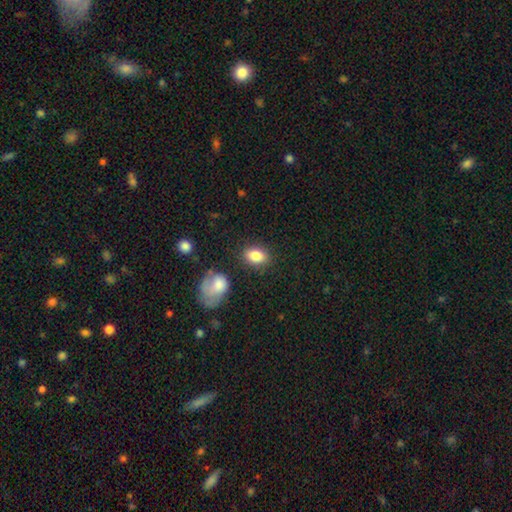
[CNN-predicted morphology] Smooth or featured? smooth (84%)
How rounded? in between (78%)
Merging? none (81%)